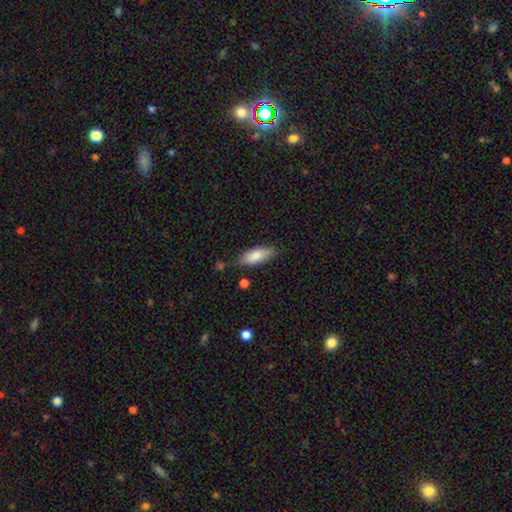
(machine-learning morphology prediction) Smooth or featured: smooth — 82% (featured or disk — 12%)
How rounded: in between — 71% (cigar-shaped — 27%)
Merging: none — 74% (minor disturbance — 18%)